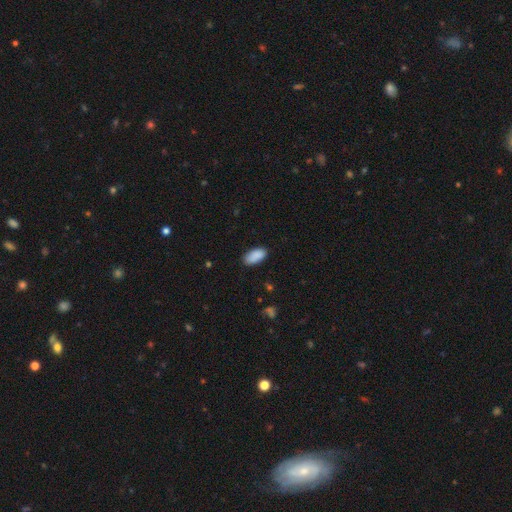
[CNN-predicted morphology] type=smooth (90%); roundness=in between (92%); merging=none (83%).